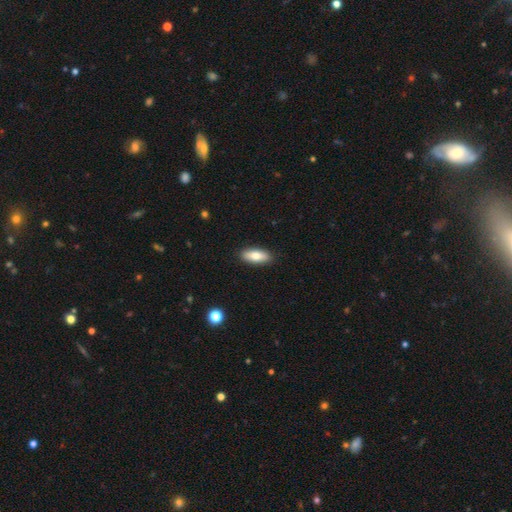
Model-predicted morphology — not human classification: Smooth or featured: smooth — 78% (featured or disk — 16%)
How rounded: in between — 76% (cigar-shaped — 21%)
Merging: none — 89% (minor disturbance — 8%)